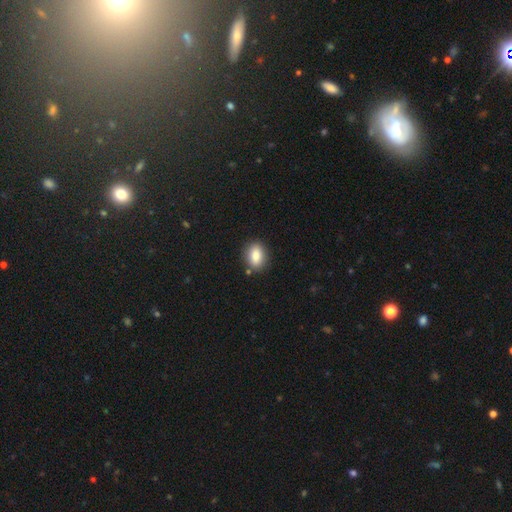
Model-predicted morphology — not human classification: Smooth or featured: smooth — 84% (star or artifact — 8%)
How rounded: in between — 74% (round — 23%)
Merging: none — 85% (minor disturbance — 10%)